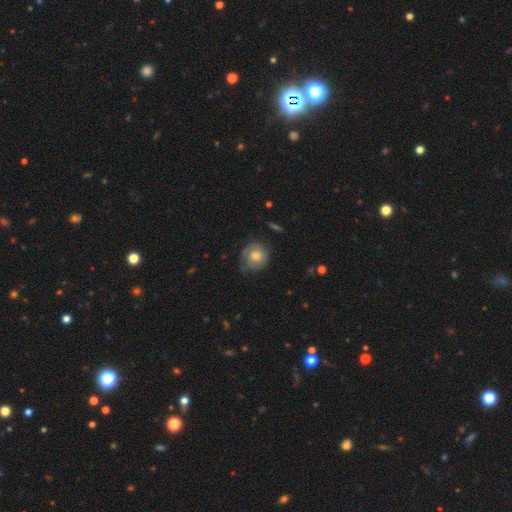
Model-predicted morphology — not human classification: The model was most divided on "smooth or featured": featured or disk: 51%, smooth: 42%, star or artifact: 7%. More confident: edge-on disk — no (97%); merging — none (63%).